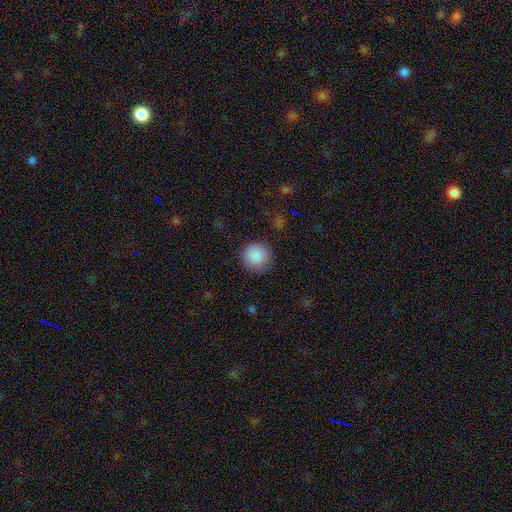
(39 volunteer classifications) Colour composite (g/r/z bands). It shows a smooth galaxy with no disk features (97%) that is round (95%). Merging: none (87%).